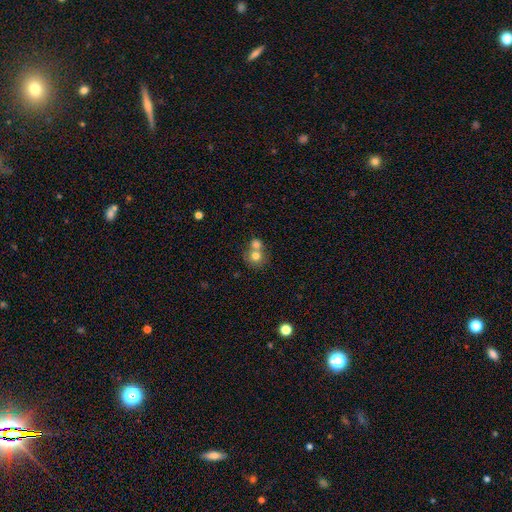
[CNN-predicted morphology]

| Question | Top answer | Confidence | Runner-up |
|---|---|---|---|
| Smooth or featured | smooth | 75% | featured or disk (15%) |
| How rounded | round | 82% | in between (17%) |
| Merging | merger | 54% | none (37%) |